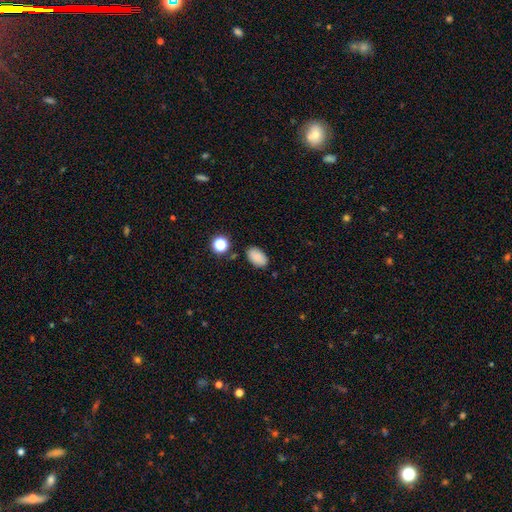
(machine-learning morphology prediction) The model was most divided on "merging": none: 84%, minor disturbance: 11%, merger: 3%, major disturbance: 3%. More confident: how rounded — in between (91%); smooth or featured — smooth (86%).